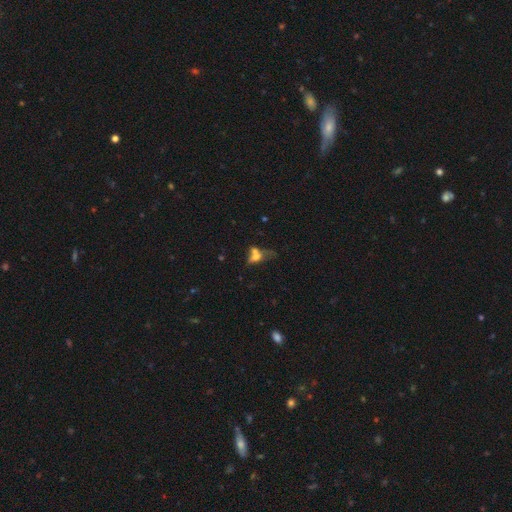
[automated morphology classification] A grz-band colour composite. It shows a smooth galaxy with no disk features (56%) that is in between round and cigar-shaped (63%). Merging: merger (53%).